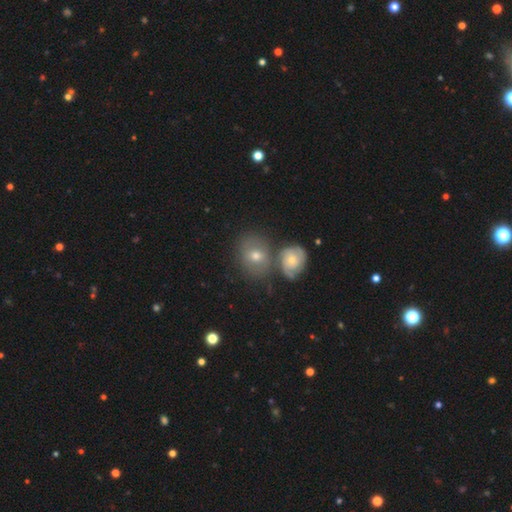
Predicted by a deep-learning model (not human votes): Smooth or featured: smooth — 52% (featured or disk — 36%)
How rounded: round — 60% (in between — 38%)
Merging: none — 55% (merger — 27%)